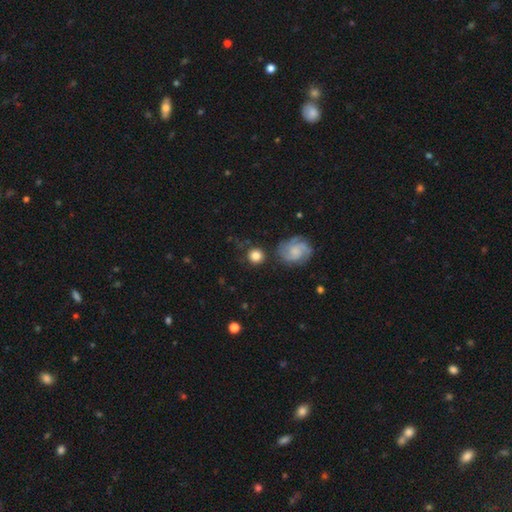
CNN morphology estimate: This appears to be a smooth galaxy with no disk features (73%) that is round (90%). Merging: none (77%).